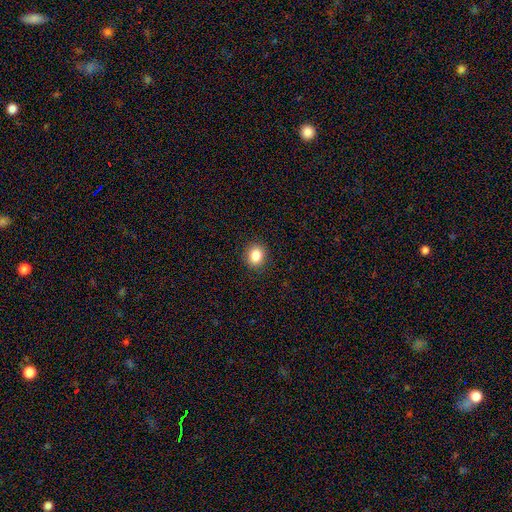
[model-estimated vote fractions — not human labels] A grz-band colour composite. It shows a smooth galaxy with no disk features (86%) that is round (66%). Merging: none (90%).